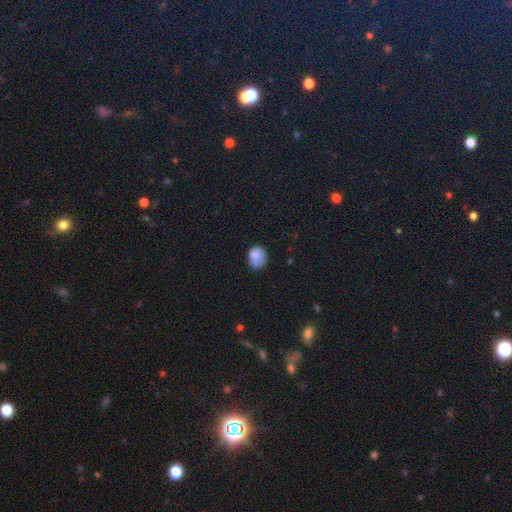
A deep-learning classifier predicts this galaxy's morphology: smooth 81%, featured or disk 10%, star or artifact 9%. Down the decision tree: how rounded — round (50%); merging — none (53%).